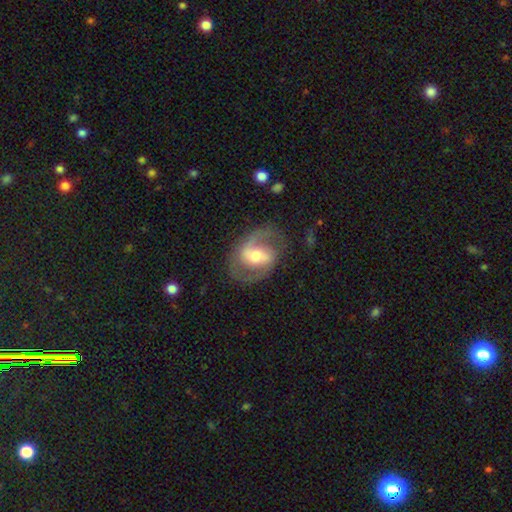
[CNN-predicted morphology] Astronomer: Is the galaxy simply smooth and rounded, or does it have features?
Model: featured or disk — 81%.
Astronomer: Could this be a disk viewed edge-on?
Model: no — 97%.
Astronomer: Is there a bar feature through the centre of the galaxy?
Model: weak — 46% (runner-up: strong, 31%).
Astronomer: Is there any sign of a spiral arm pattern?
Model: yes — 91%.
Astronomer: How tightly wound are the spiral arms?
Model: medium — 55%.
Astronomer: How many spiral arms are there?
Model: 2 — 87%.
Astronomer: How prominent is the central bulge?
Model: moderate — 64%.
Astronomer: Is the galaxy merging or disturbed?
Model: none — 71%.